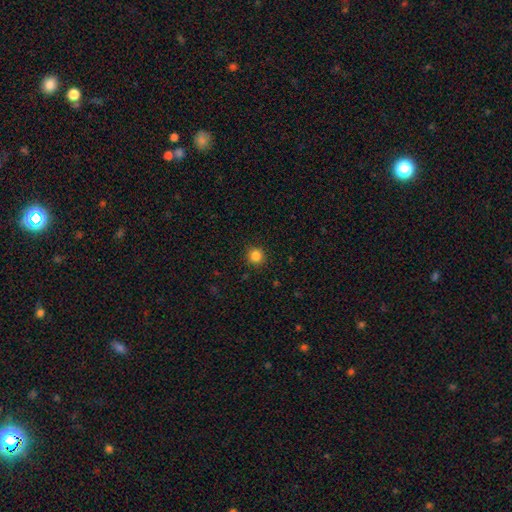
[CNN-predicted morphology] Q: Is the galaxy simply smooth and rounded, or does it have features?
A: smooth — 85%.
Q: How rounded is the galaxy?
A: round — 94%.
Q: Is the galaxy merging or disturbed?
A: none — 91%.